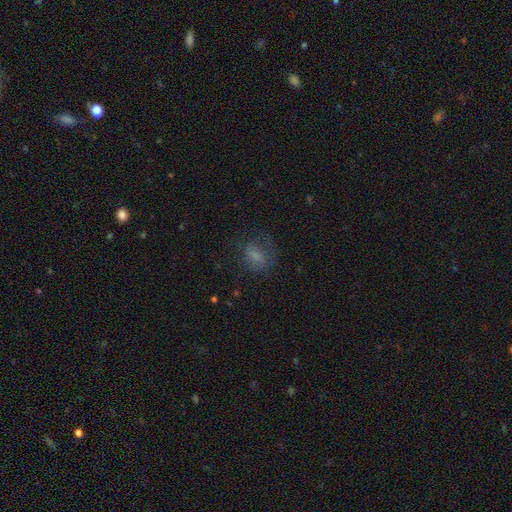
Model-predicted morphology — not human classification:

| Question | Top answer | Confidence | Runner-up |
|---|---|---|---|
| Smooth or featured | smooth | 63% | featured or disk (21%) |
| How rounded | in between | 64% | round (32%) |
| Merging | none | 56% | major disturbance (22%) |